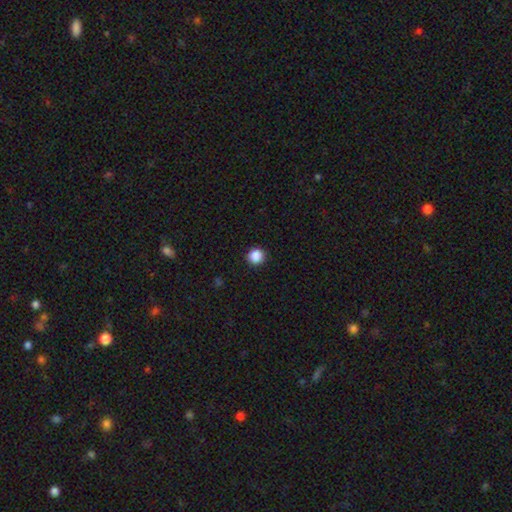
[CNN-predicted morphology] Smooth or featured? Predicted: smooth (p=0.87). How rounded? Predicted: round (p=0.94). Merging? Predicted: none (p=0.92).